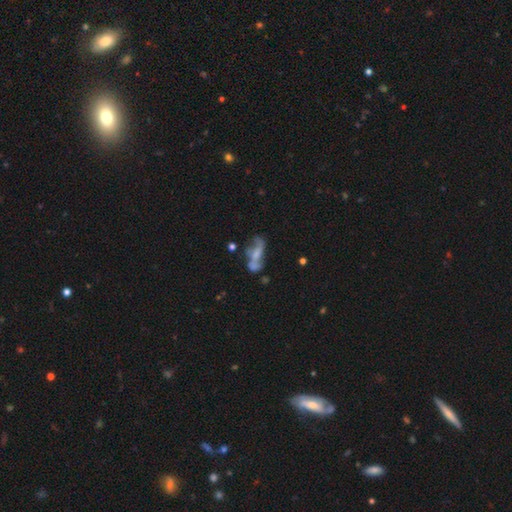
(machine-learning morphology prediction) This is possibly a featured or disk galaxy (60%). It is clearly not viewed edge-on (89%). Bar: likely no (61%). Spiral arm pattern: possibly yes (56%). Central bulge: marginally small (32%). Merging: marginally none (34%).